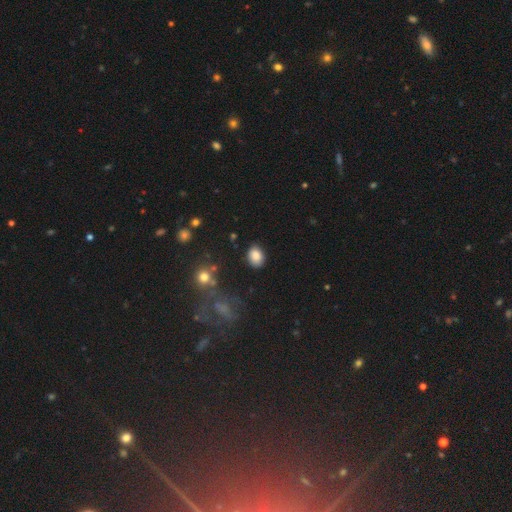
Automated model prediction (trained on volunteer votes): smooth-or-featured: smooth: 86% | star or artifact: 9% | featured or disk: 5%
  how-rounded: in between: 69% | round: 30% | cigar-shaped: 1%
  merging: none: 84% | minor disturbance: 12% | major disturbance: 3% | merger: 2%